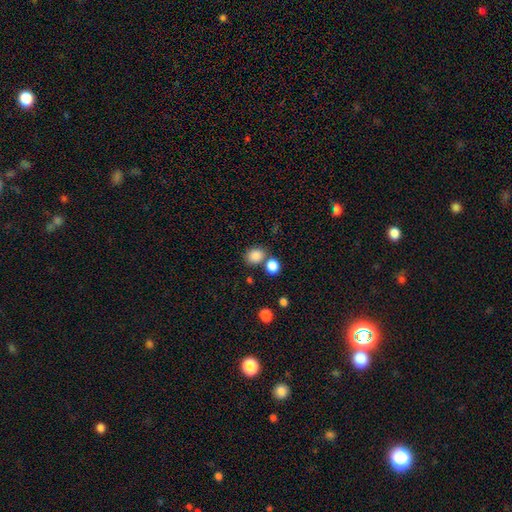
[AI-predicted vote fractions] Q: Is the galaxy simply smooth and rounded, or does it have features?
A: smooth — 85%.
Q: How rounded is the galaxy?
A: round — 60%.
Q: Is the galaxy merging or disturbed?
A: none — 65%.